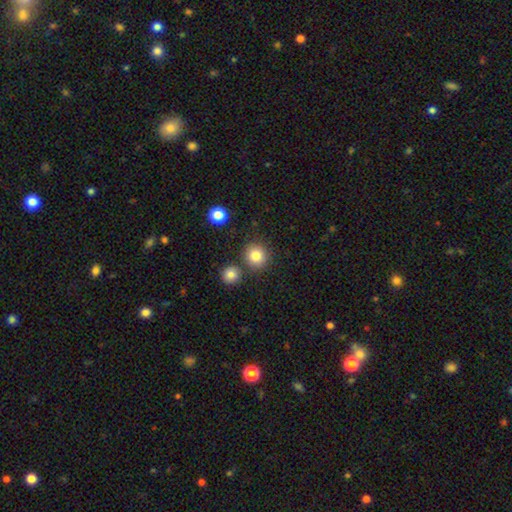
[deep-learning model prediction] smooth 82%, star or artifact 11%, featured or disk 6%. Down the decision tree: how rounded — round (89%); merging — none (80%).